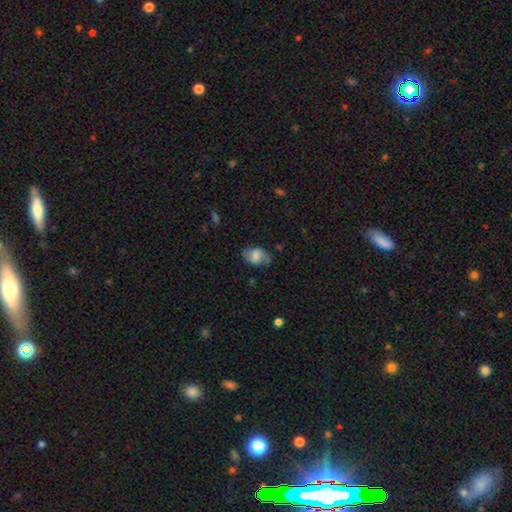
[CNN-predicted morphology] Smooth or featured? smooth (59%)
How rounded? in between (81%)
Merging? none (63%)